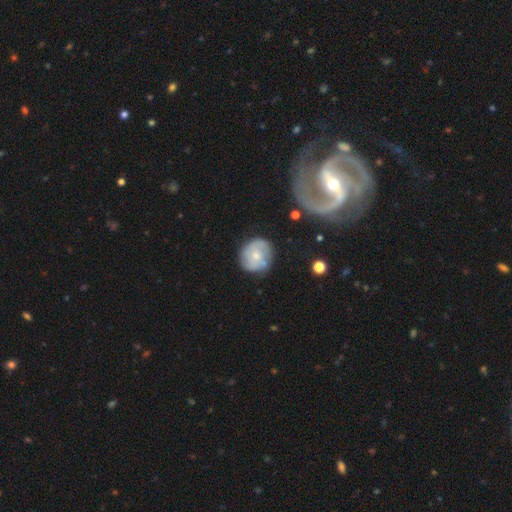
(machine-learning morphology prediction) The model was most divided on "smooth or featured": smooth: 48%, featured or disk: 46%, star or artifact: 6%. More confident: merging — none (73%).